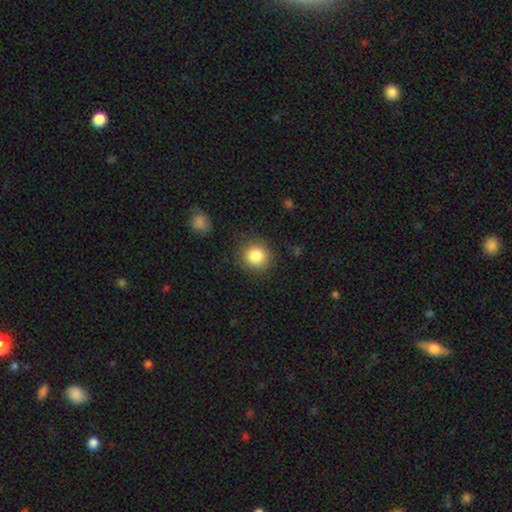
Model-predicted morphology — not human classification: type=smooth (85%); roundness=round (91%); merging=none (86%).